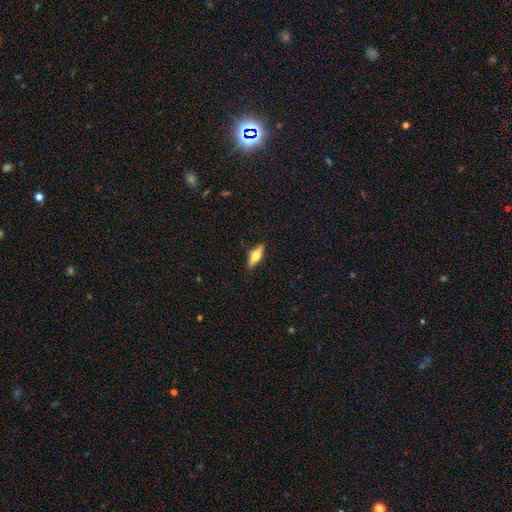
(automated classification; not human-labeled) A smooth galaxy with no disk features (48%). Merging: none (88%).